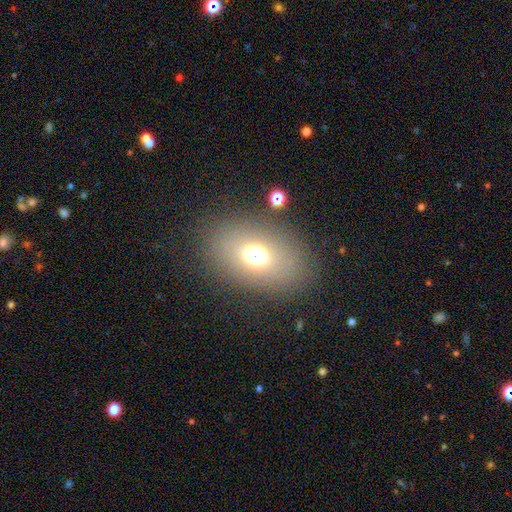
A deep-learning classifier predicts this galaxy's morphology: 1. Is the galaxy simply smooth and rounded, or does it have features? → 65% smooth, 19% star or artifact, 16% featured or disk.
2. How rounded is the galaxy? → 72% in between, 27% round, 2% cigar-shaped.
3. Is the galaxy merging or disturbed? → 80% none, 10% minor disturbance, 6% major disturbance, 4% merger.